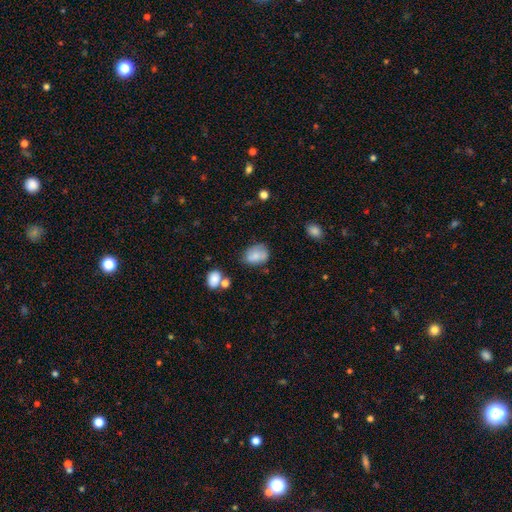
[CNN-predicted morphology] type=smooth (75%); roundness=in between (75%); merging=none (53%).